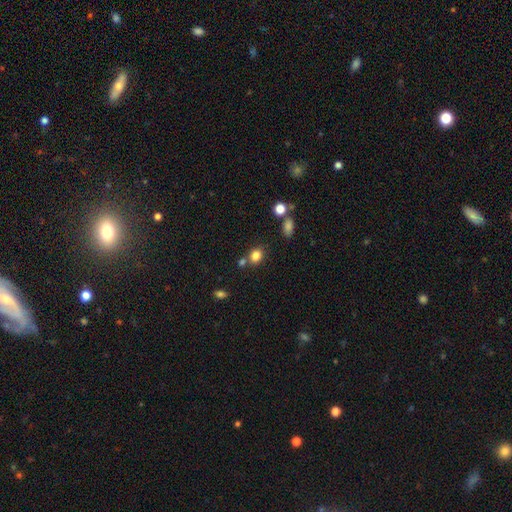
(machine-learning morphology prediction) Smooth or featured: smooth — 82% (star or artifact — 12%)
How rounded: round — 57% (in between — 42%)
Merging: none — 66% (merger — 18%)